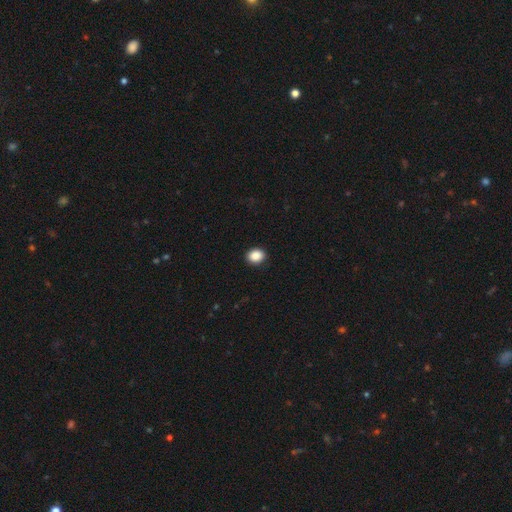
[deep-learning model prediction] The model was most divided on "how rounded": round: 54%, in between: 45%, cigar-shaped: 1%. More confident: merging — none (89%); smooth or featured — smooth (89%).